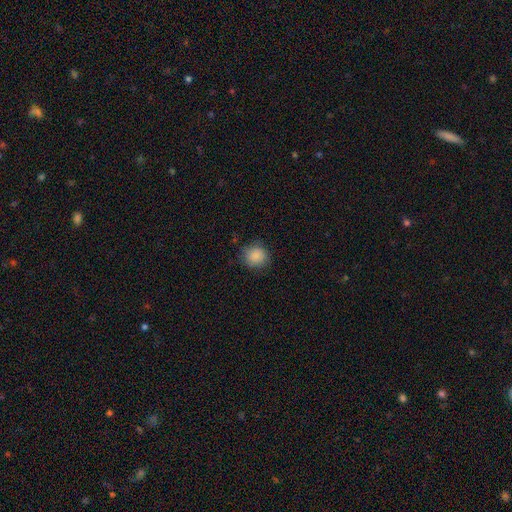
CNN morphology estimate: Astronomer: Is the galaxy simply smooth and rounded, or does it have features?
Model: smooth — 87%.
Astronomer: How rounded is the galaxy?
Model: round — 85%.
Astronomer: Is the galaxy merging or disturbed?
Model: none — 82%.